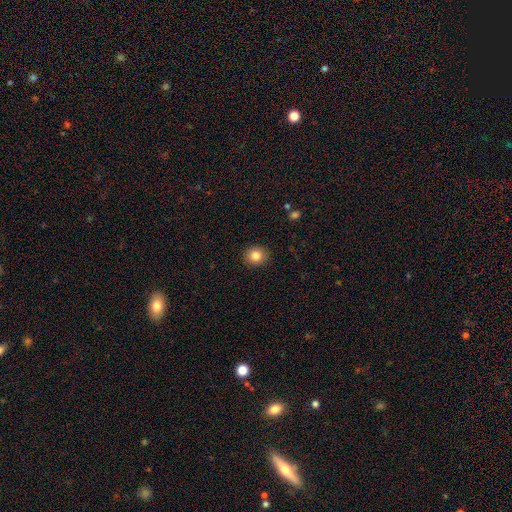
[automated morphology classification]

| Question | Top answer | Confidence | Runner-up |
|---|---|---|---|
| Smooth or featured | smooth | 83% | star or artifact (10%) |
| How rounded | round | 84% | in between (15%) |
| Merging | none | 91% | minor disturbance (6%) |